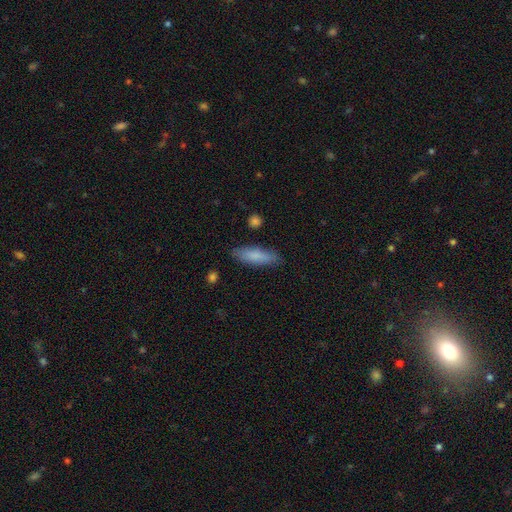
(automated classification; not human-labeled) Smooth or featured? Predicted: smooth (p=0.80). How rounded? Predicted: cigar-shaped (p=0.62). Merging? Predicted: none (p=0.83).